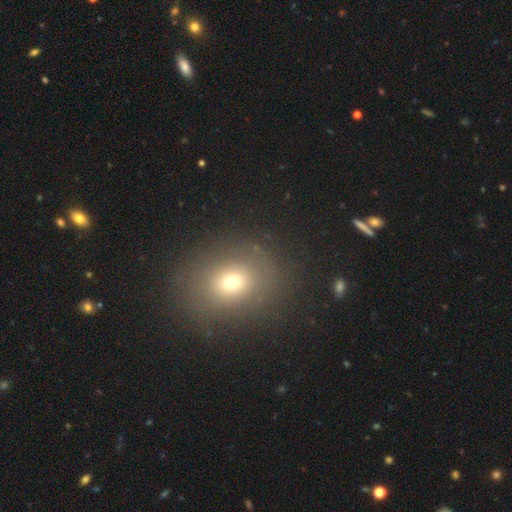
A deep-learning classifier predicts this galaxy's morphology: type=smooth (65%); roundness=round (58%); merging=none (87%).